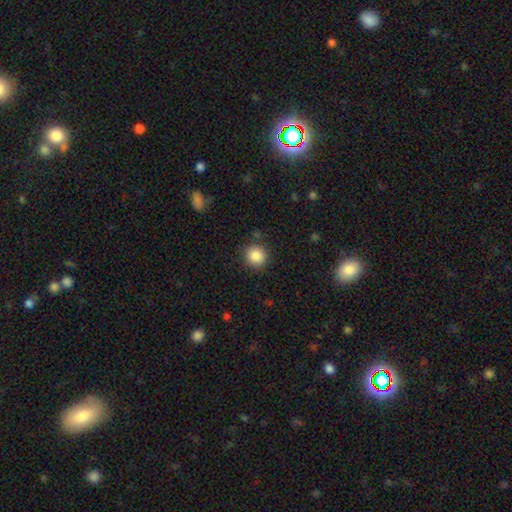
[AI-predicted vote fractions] This appears to be a smooth galaxy with no disk features (86%) that is round (91%). Merging: none (87%).